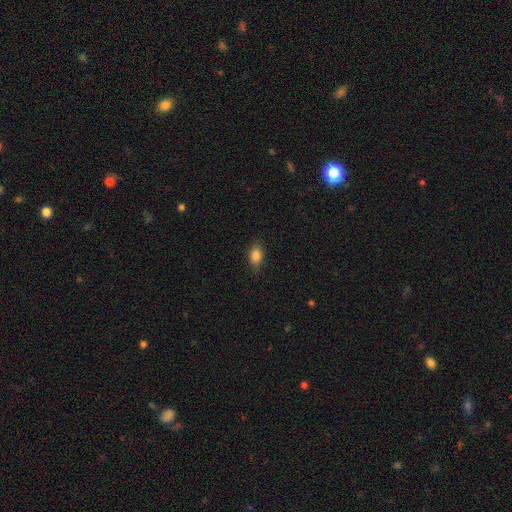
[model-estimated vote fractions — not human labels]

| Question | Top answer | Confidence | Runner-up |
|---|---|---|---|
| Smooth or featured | smooth | 85% | star or artifact (9%) |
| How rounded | in between | 81% | round (15%) |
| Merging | none | 84% | minor disturbance (13%) |